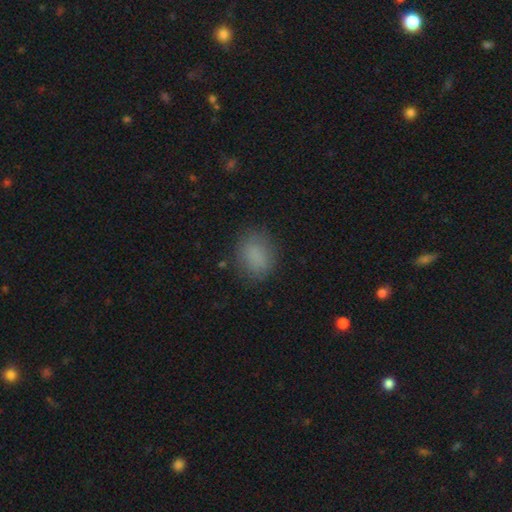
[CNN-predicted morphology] This appears to be a smooth galaxy with no disk features (84%) that is in between round and cigar-shaped (61%). Merging: none (79%).